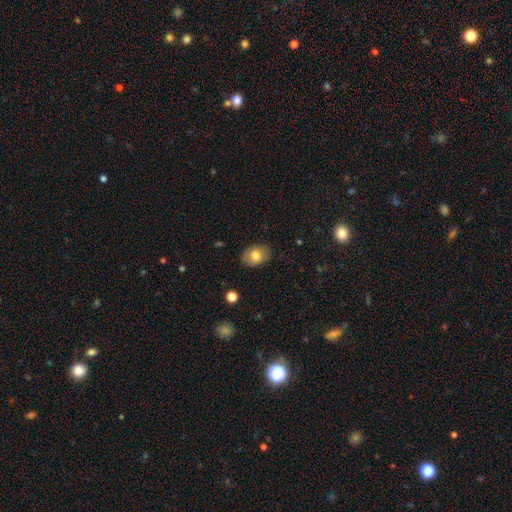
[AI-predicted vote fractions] smooth 74%, featured or disk 19%, star or artifact 8%. Down the decision tree: how rounded — in between (76%); merging — none (84%).